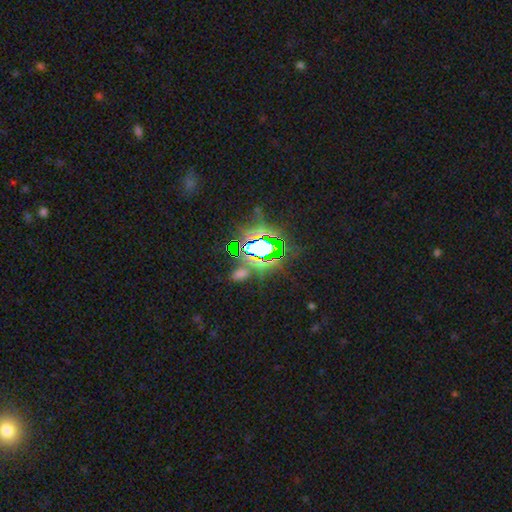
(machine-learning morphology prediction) smooth_or_featured: star or artifact (p=0.80) [alt: smooth p=0.11]